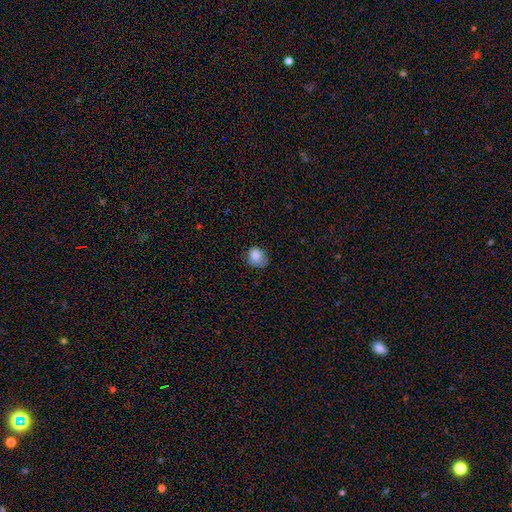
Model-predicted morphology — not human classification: Smooth or featured?
  - smooth: 85% *
  - star or artifact: 9%
  - featured or disk: 6%
How rounded?
  - round: 67% *
  - in between: 32%
  - cigar-shaped: 1%
Merging?
  - none: 59% *
  - minor disturbance: 32%
  - major disturbance: 8%
  - merger: 1%